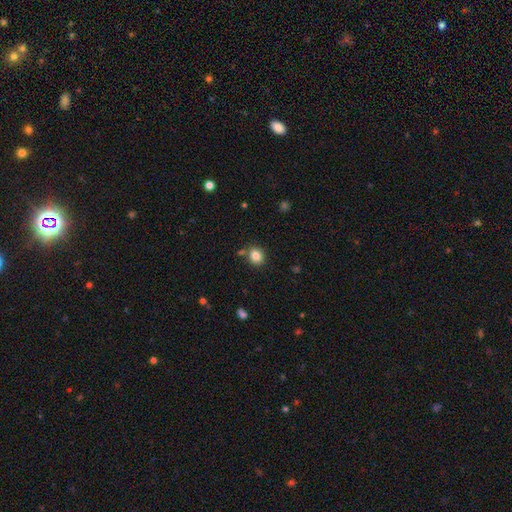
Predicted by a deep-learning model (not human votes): Morphology: type=smooth (84%); roundness=round (67%); merging=none (80%).